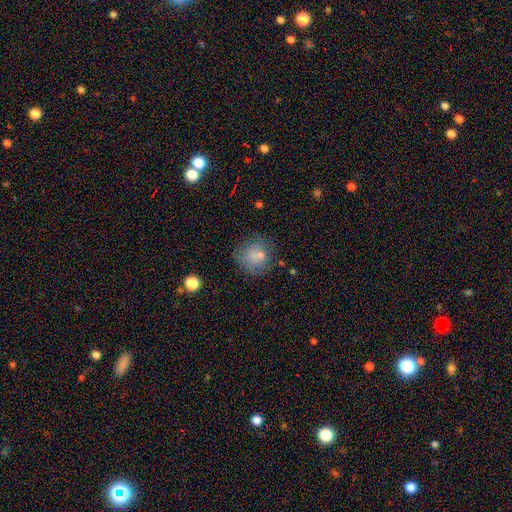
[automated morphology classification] A smooth galaxy with no disk features (72%) that is round (86%).

Vote fractions:
- Smooth or featured? smooth: 72% / featured or disk: 15% / star or artifact: 12%
- How rounded? round: 86% / in between: 13% / cigar-shaped: 1%
- Merging? none: 64% / minor disturbance: 18% / major disturbance: 9% / merger: 9%